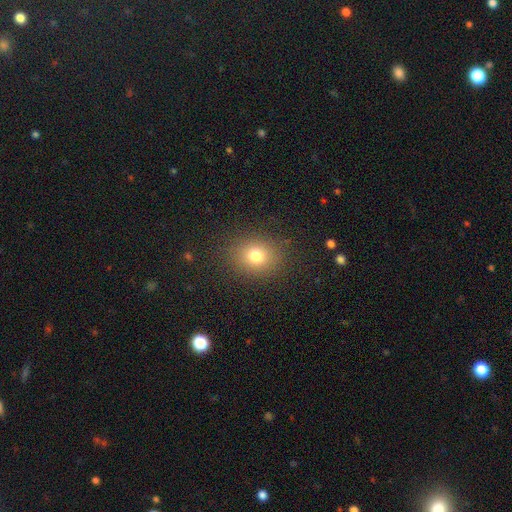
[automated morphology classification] Smooth or featured? Predicted: smooth (p=0.76). How rounded? Predicted: round (p=0.64). Merging? Predicted: none (p=0.86).